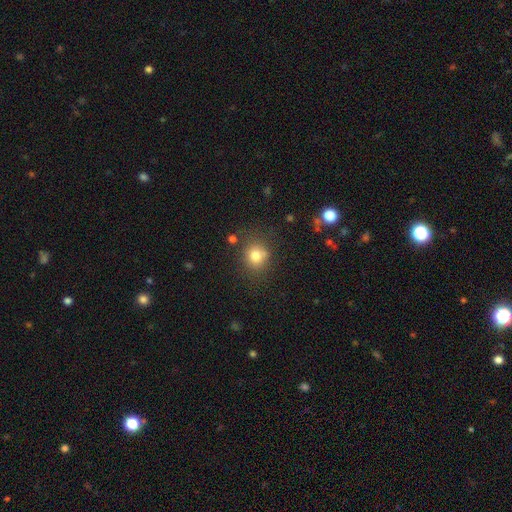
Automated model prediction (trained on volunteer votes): The model was most divided on "merging": none: 71%, minor disturbance: 15%, merger: 8%, major disturbance: 5%. More confident: how rounded — round (79%); smooth or featured — smooth (77%).